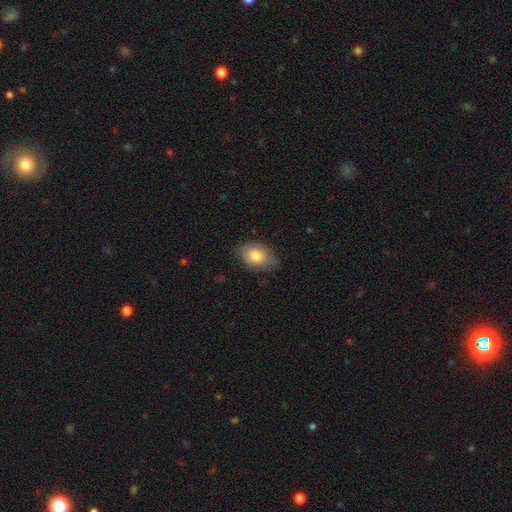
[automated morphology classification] A smooth galaxy with no disk features (82%) that is in between round and cigar-shaped (78%). Merging: none (74%).